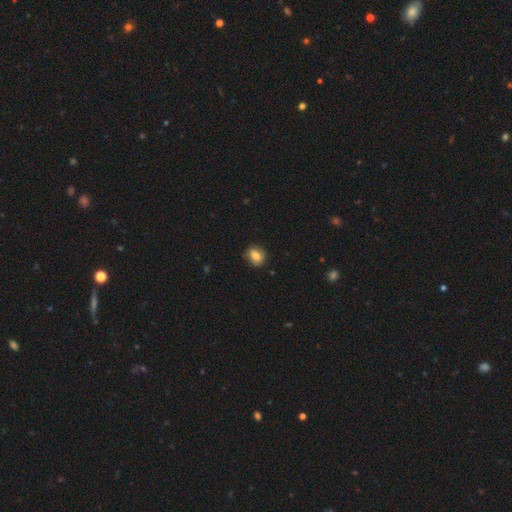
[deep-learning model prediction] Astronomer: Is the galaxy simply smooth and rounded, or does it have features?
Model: smooth — 78%.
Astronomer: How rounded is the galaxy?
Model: round — 57% (runner-up: in between, 41%).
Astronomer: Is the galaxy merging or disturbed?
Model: none — 81%.